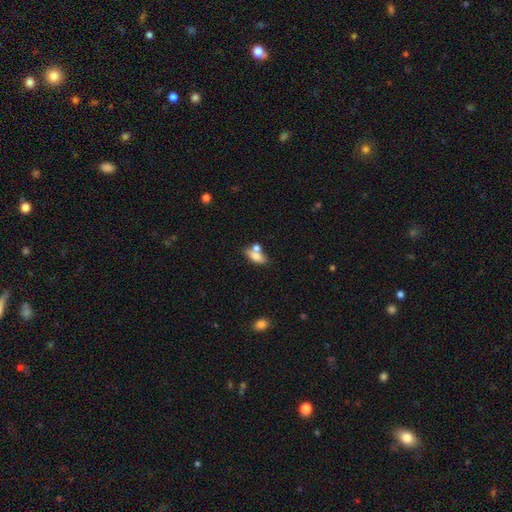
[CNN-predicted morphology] Q: Smooth or featured?
A: smooth (73%); runner-up: featured or disk (19%)
Q: How rounded?
A: in between (82%); runner-up: cigar-shaped (12%)
Q: Merging?
A: none (46%); runner-up: merger (36%)